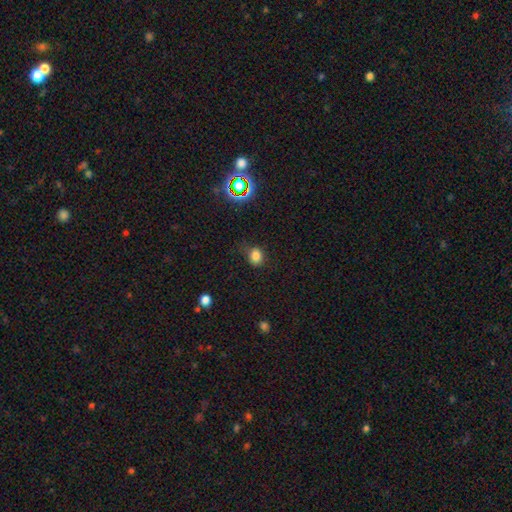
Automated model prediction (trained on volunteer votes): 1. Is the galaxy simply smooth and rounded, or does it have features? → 78% smooth, 16% star or artifact, 6% featured or disk.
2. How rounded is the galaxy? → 52% in between, 47% round, 1% cigar-shaped.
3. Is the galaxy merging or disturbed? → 70% none, 21% minor disturbance, 8% major disturbance, 2% merger.